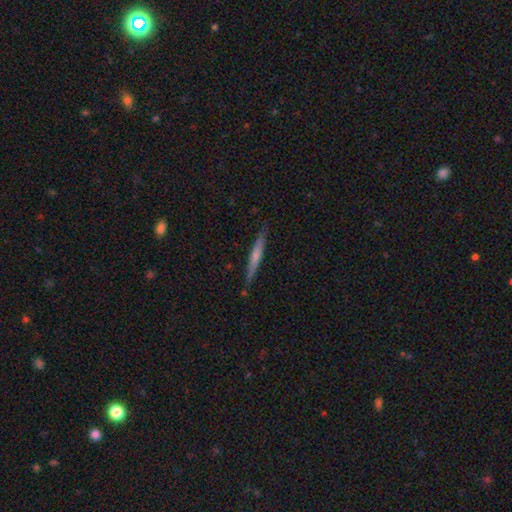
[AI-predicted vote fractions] smooth-or-featured: featured or disk: 48% | smooth: 46% | star or artifact: 6%
  merging: none: 87% | minor disturbance: 10% | major disturbance: 2% | merger: 2%